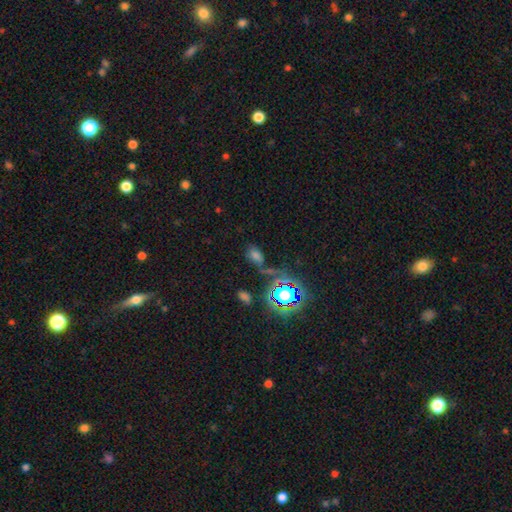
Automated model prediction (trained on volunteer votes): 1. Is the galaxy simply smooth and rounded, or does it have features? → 49% smooth, 39% star or artifact, 11% featured or disk.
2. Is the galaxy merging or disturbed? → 58% none, 19% minor disturbance, 12% major disturbance, 11% merger.